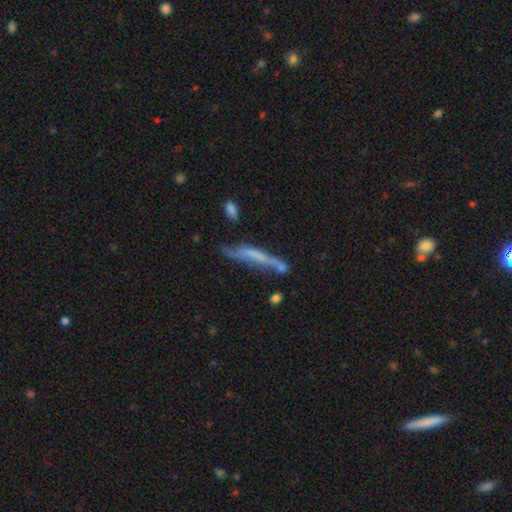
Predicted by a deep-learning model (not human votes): Smooth or featured: featured or disk — 50% (smooth — 41%)
Merging: none — 37% (minor disturbance — 26%)